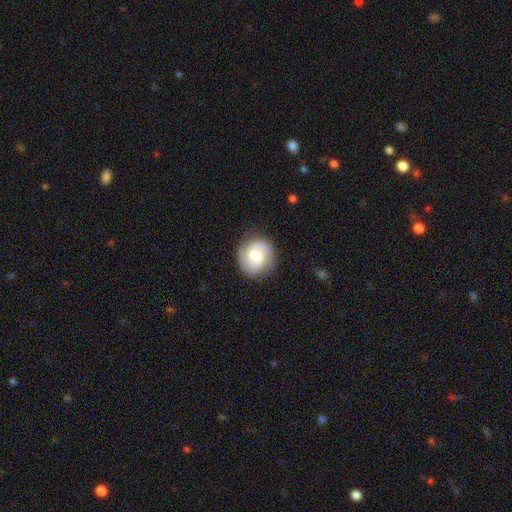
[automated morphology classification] smooth_or_featured: featured or disk (p=0.51) [alt: smooth p=0.42]
disk_edge_on: no (p=0.97) [alt: yes p=0.03]
merging: none (p=0.80) [alt: minor disturbance p=0.14]